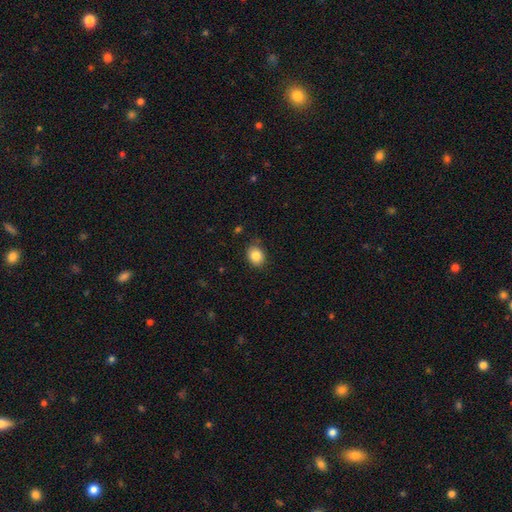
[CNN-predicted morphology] smooth 85%, star or artifact 9%, featured or disk 6%. Down the decision tree: how rounded — in between (54%); merging — none (83%).